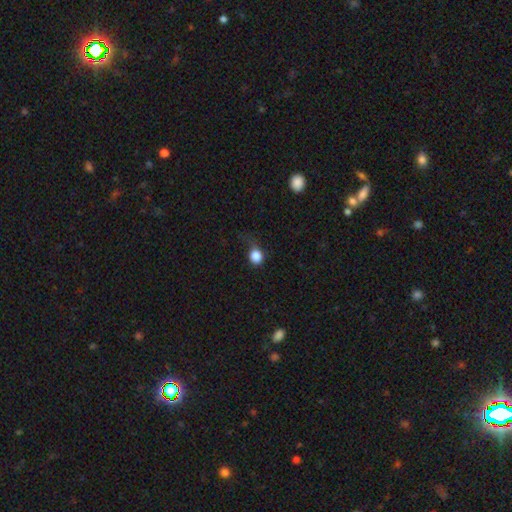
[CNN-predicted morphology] This appears to be a smooth galaxy with no disk features (83%) that is round (74%). Merging: none (39%).